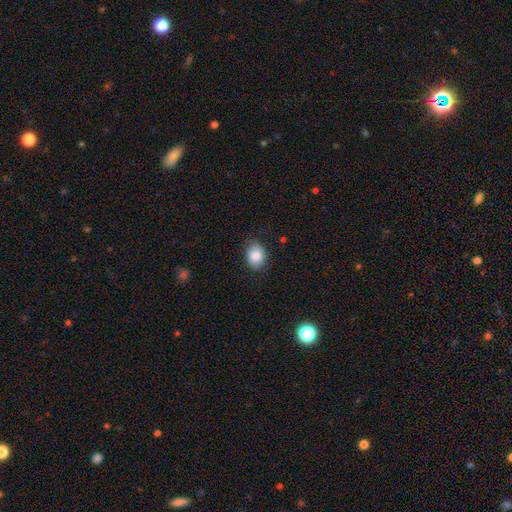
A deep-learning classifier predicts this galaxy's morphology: Q: Smooth or featured?
A: smooth (86%); runner-up: star or artifact (8%)
Q: How rounded?
A: in between (65%); runner-up: round (34%)
Q: Merging?
A: none (79%); runner-up: minor disturbance (16%)